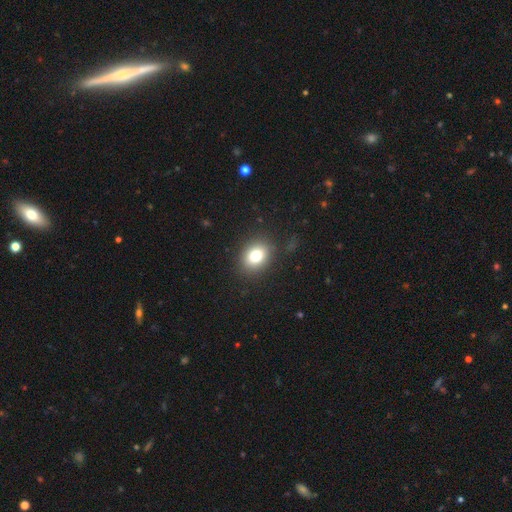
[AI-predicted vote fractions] A smooth galaxy with no disk features (79%) that is in between round and cigar-shaped (55%).

Vote fractions:
- Smooth or featured? smooth: 79% / star or artifact: 11% / featured or disk: 10%
- How rounded? in between: 55% / round: 44% / cigar-shaped: 1%
- Merging? none: 86% / minor disturbance: 9% / major disturbance: 4% / merger: 1%